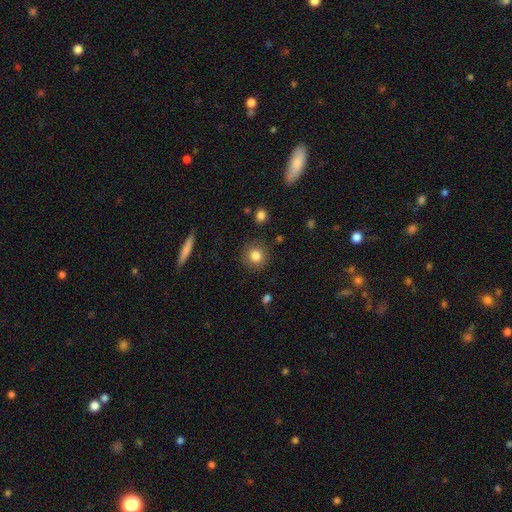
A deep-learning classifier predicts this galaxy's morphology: smooth-or-featured: smooth: 83% | star or artifact: 10% | featured or disk: 7%
  how-rounded: round: 91% | in between: 8% | cigar-shaped: 1%
  merging: none: 86% | minor disturbance: 9% | major disturbance: 3% | merger: 2%